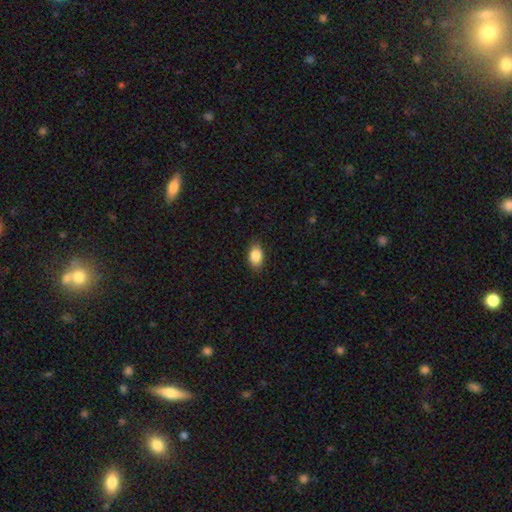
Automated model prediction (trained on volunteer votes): Smooth or featured: smooth — 87% (star or artifact — 8%)
How rounded: in between — 87% (round — 11%)
Merging: none — 85% (minor disturbance — 11%)